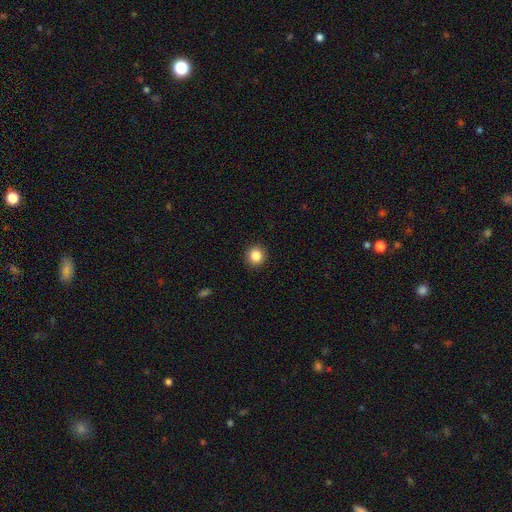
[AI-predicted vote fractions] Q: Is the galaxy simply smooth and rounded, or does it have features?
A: smooth — 85%.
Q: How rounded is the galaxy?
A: round — 92%.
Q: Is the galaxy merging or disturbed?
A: none — 92%.